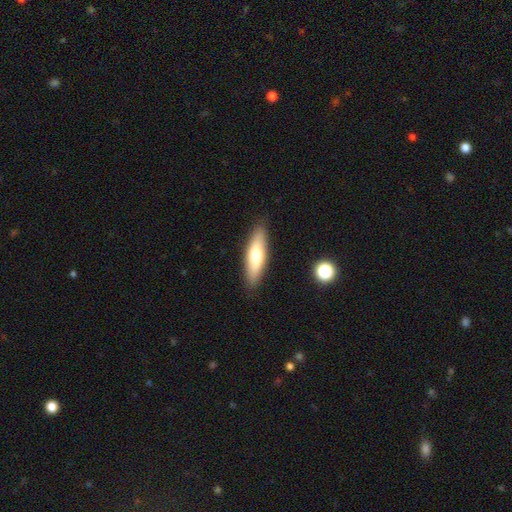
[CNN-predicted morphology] smooth_or_featured: smooth (p=0.65) [alt: featured or disk p=0.29]
how_rounded: cigar-shaped (p=0.62) [alt: in between p=0.36]
merging: none (p=0.88) [alt: minor disturbance p=0.09]